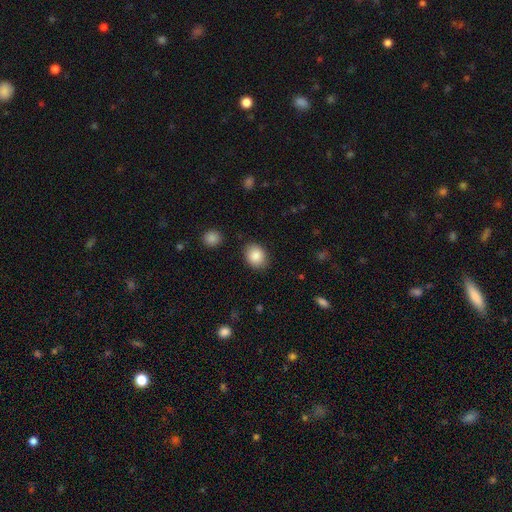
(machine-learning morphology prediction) Smooth or featured?
  - smooth: 87% *
  - star or artifact: 8%
  - featured or disk: 5%
How rounded?
  - in between: 54% *
  - round: 45%
  - cigar-shaped: 1%
Merging?
  - none: 85% *
  - minor disturbance: 10%
  - major disturbance: 3%
  - merger: 2%